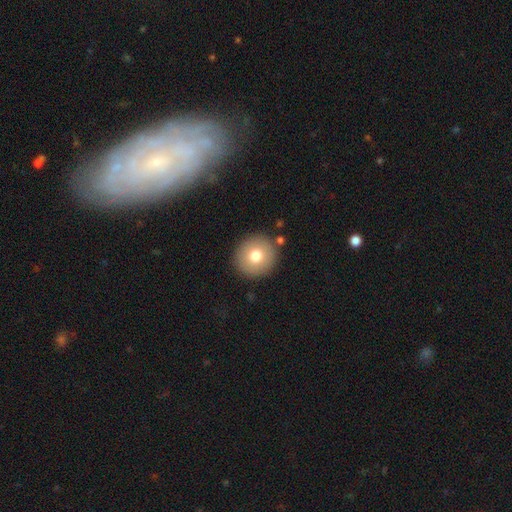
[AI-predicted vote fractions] Smooth or featured? smooth (75%)
How rounded? round (93%)
Merging? none (88%)